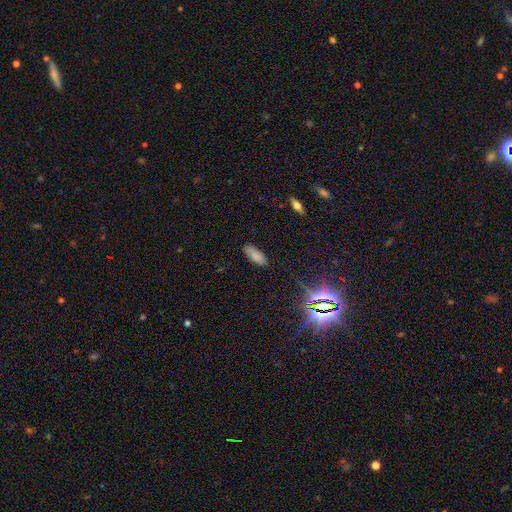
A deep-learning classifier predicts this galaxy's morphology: type=smooth (81%); roundness=in between (79%); merging=none (84%).